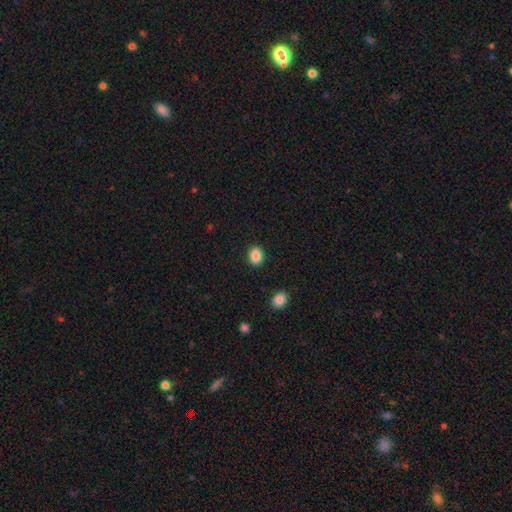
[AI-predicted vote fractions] Smooth or featured?
  - smooth: 88% *
  - star or artifact: 9%
  - featured or disk: 4%
How rounded?
  - in between: 64% *
  - round: 35%
  - cigar-shaped: 1%
Merging?
  - none: 89% *
  - minor disturbance: 7%
  - major disturbance: 2%
  - merger: 1%